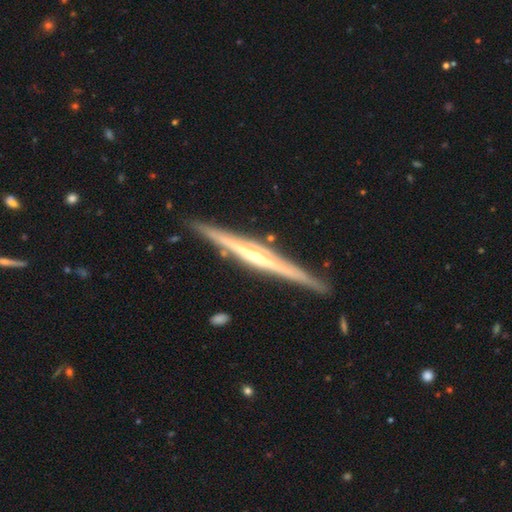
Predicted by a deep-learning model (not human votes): smooth-or-featured: featured or disk: 86% | smooth: 9% | star or artifact: 5%
  disk-edge-on: yes: 98% | no: 2%
    edge-on-bulge: rounded: 75% | none: 18% | boxy: 7%
  merging: none: 90% | minor disturbance: 8% | merger: 2% | major disturbance: 1%